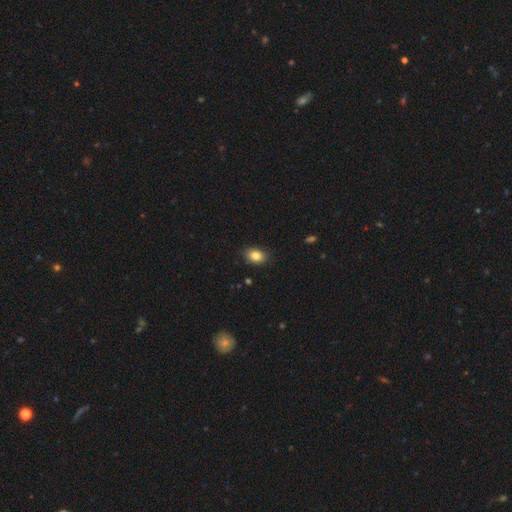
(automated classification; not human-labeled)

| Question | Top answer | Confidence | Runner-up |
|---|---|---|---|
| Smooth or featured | smooth | 85% | star or artifact (9%) |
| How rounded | in between | 76% | round (23%) |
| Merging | none | 86% | minor disturbance (11%) |